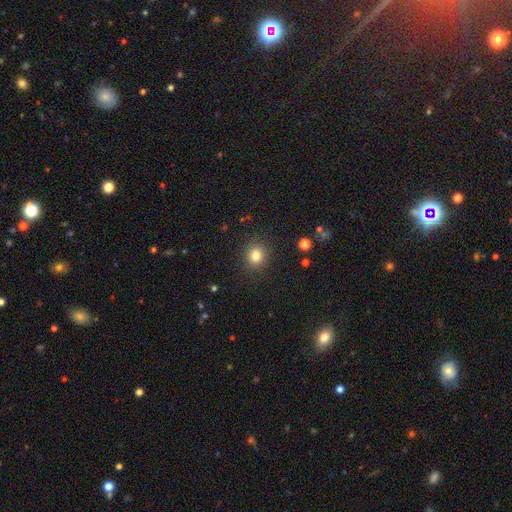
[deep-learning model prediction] Smooth or featured? Predicted: smooth (p=0.81). How rounded? Predicted: round (p=0.81). Merging? Predicted: none (p=0.89).